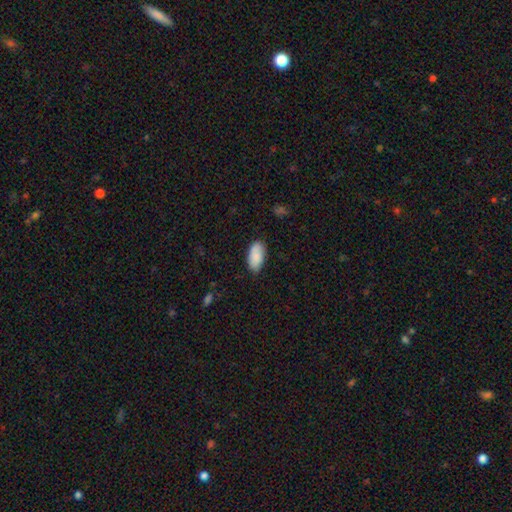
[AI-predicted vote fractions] This appears to be a smooth galaxy with no disk features (87%) that is in between round and cigar-shaped (94%). Merging: none (81%).